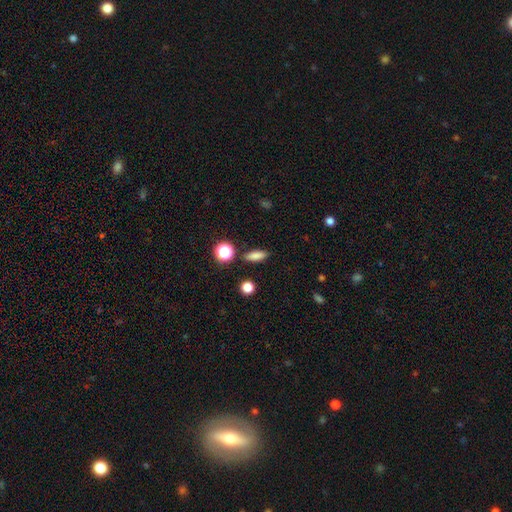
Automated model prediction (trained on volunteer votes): Q: Smooth or featured?
A: smooth (80%); runner-up: star or artifact (12%)
Q: How rounded?
A: in between (57%); runner-up: cigar-shaped (33%)
Q: Merging?
A: none (86%); runner-up: minor disturbance (9%)